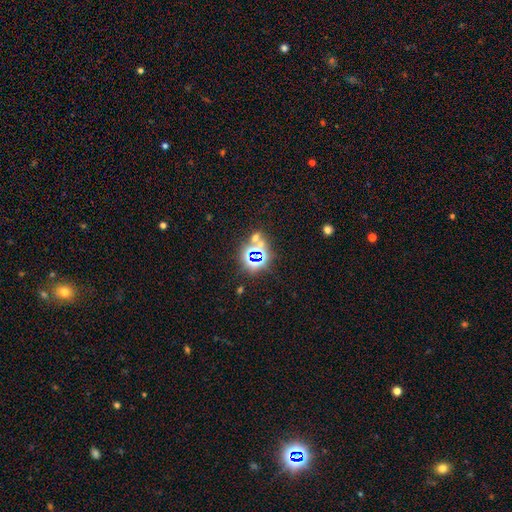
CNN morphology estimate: Q: Smooth or featured?
A: star or artifact (70%); runner-up: smooth (20%)